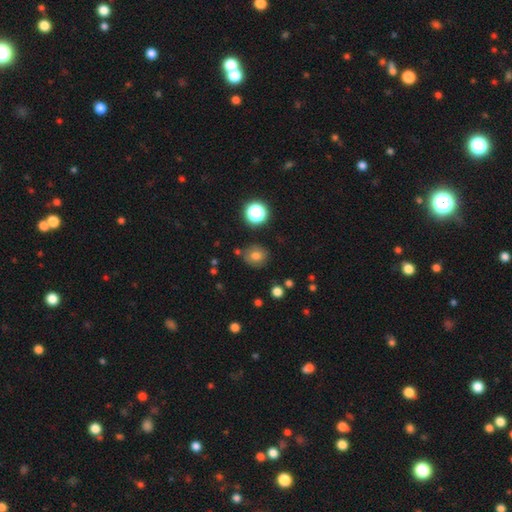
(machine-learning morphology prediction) This appears to be a smooth galaxy with no disk features (75%) that is round (78%). Merging: none (81%).